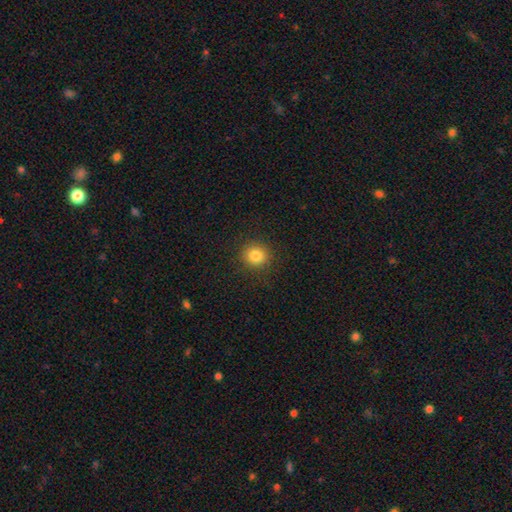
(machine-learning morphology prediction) smooth 83%, star or artifact 11%, featured or disk 6%. Down the decision tree: how rounded — round (90%); merging — none (91%).